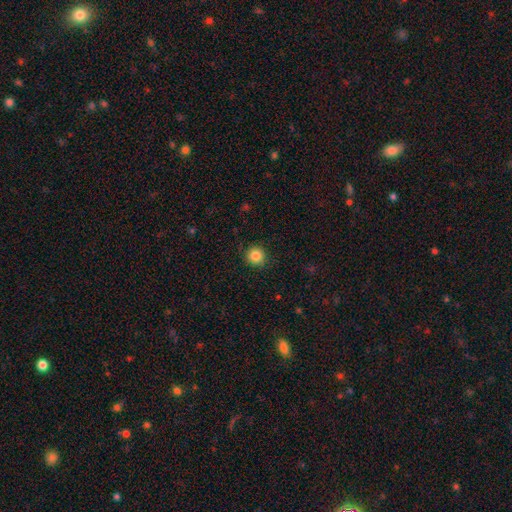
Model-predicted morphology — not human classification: smooth_or_featured: smooth (p=0.85) [alt: star or artifact p=0.11]
how_rounded: round (p=0.93) [alt: in between p=0.06]
merging: none (p=0.89) [alt: minor disturbance p=0.08]